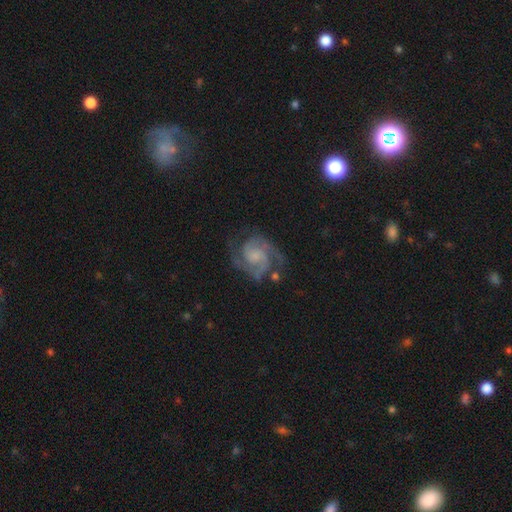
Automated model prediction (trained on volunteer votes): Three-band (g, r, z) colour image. It shows a featured or disk galaxy (90%) with no bar (63%), 2 (69%) medium (50%) spiral arms (98%) and a small central bulge (55%). Merging: none (69%).